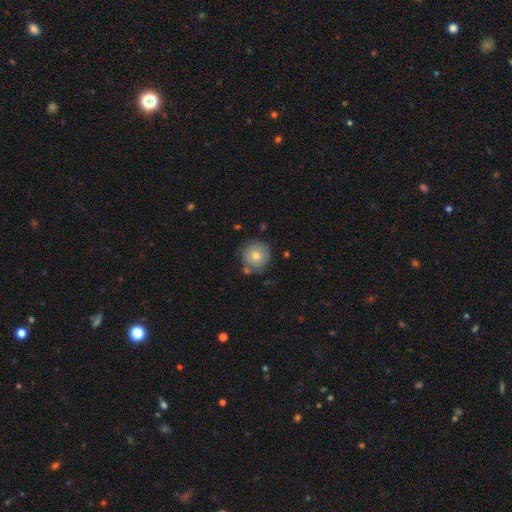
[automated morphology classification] smooth-or-featured: smooth: 71% | featured or disk: 20% | star or artifact: 9%
  how-rounded: round: 95% | in between: 5% | cigar-shaped: 1%
  merging: none: 78% | minor disturbance: 13% | merger: 5% | major disturbance: 3%